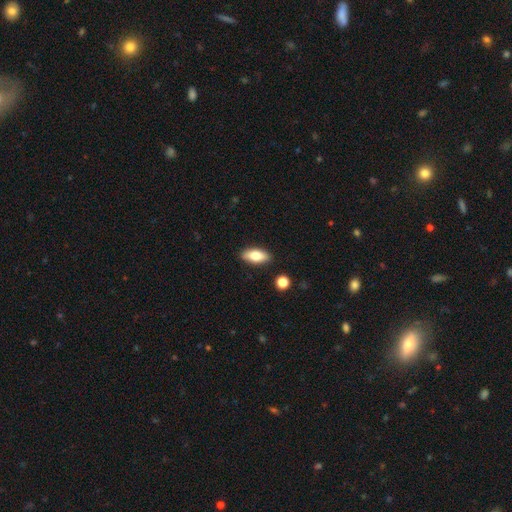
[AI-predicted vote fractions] smooth_or_featured: smooth (p=0.76) [alt: featured or disk p=0.17]
how_rounded: in between (p=0.84) [alt: cigar-shaped p=0.12]
merging: none (p=0.87) [alt: minor disturbance p=0.09]